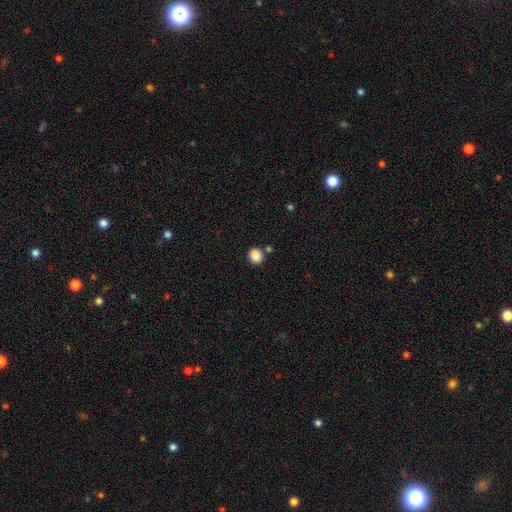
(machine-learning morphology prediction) smooth 87%, star or artifact 10%, featured or disk 3%. Down the decision tree: how rounded — round (80%); merging — none (79%).